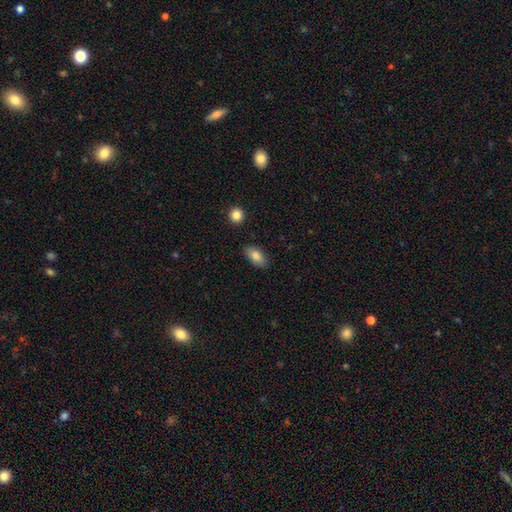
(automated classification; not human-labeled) The model was most divided on "merging": none: 86%, minor disturbance: 10%, major disturbance: 2%, merger: 2%. More confident: how rounded — in between (91%); smooth or featured — smooth (85%).